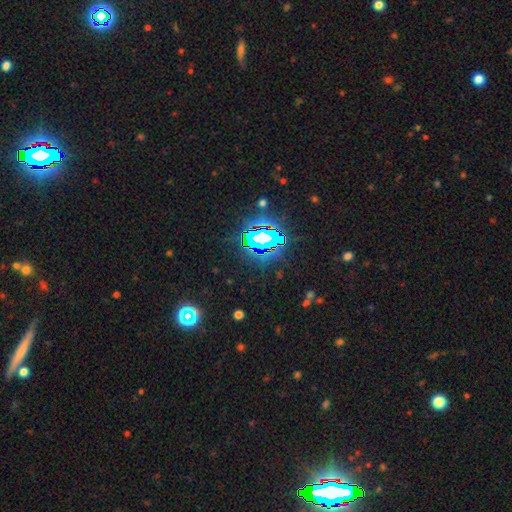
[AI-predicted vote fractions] Smooth or featured: star or artifact — 82% (smooth — 11%)